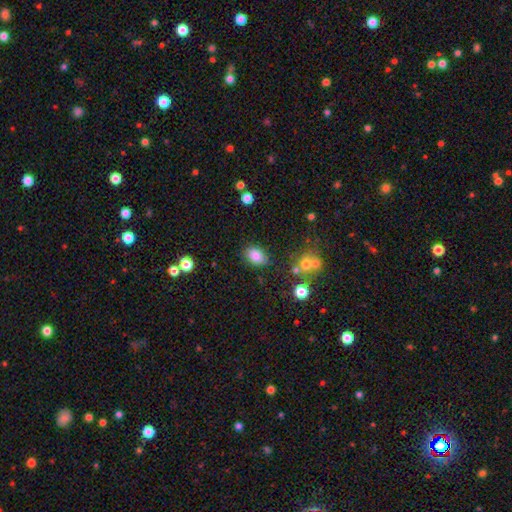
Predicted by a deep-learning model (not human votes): This appears to be a smooth galaxy with no disk features (83%) that is in between round and cigar-shaped (82%). Merging: none (80%).